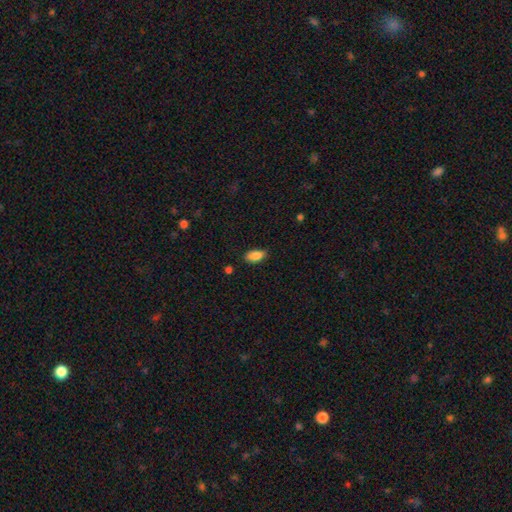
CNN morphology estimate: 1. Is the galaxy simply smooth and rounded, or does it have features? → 87% smooth, 7% star or artifact, 5% featured or disk.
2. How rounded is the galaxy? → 91% in between, 6% cigar-shaped, 3% round.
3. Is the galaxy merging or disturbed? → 83% none, 13% minor disturbance, 2% major disturbance, 1% merger.